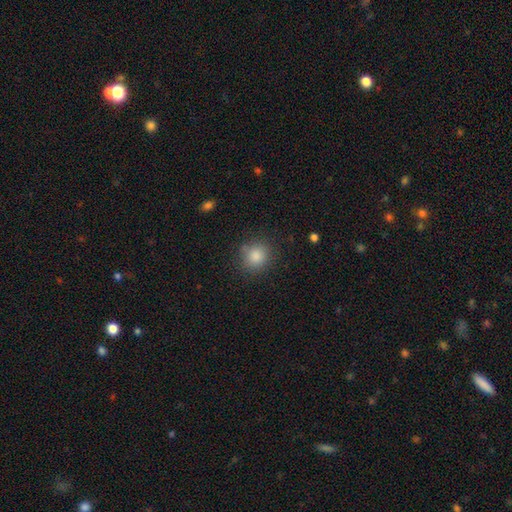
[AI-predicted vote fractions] smooth-or-featured: smooth: 83% | star or artifact: 11% | featured or disk: 6%
  how-rounded: round: 83% | in between: 16% | cigar-shaped: 1%
  merging: none: 81% | minor disturbance: 12% | major disturbance: 4% | merger: 3%